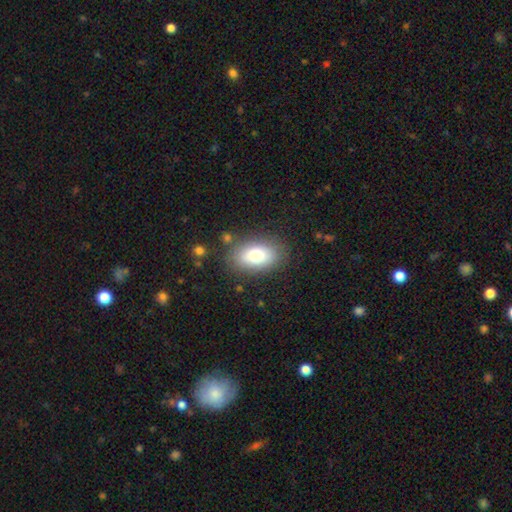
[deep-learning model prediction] Morphology: type=smooth (75%); roundness=in between (87%); merging=none (81%).